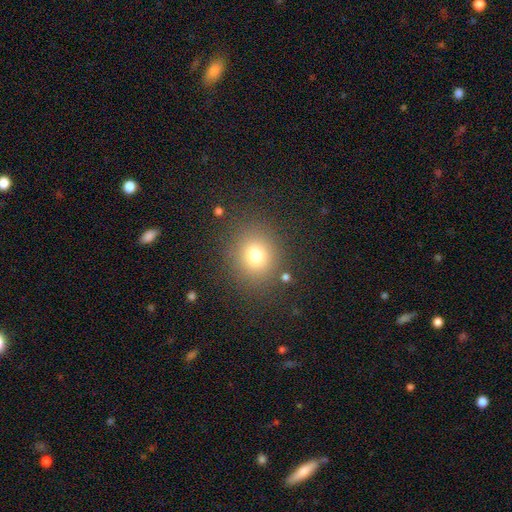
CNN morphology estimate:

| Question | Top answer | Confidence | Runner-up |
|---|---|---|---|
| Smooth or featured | smooth | 75% | star or artifact (16%) |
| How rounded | round | 80% | in between (19%) |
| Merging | none | 84% | minor disturbance (9%) |